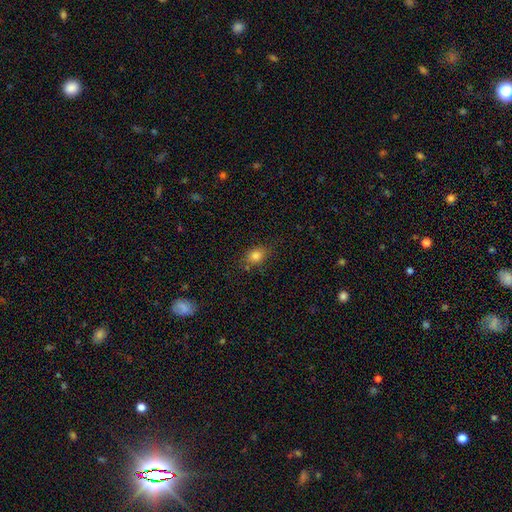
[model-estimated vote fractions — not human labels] smooth 81%, star or artifact 11%, featured or disk 8%. Down the decision tree: how rounded — in between (64%); merging — none (75%).